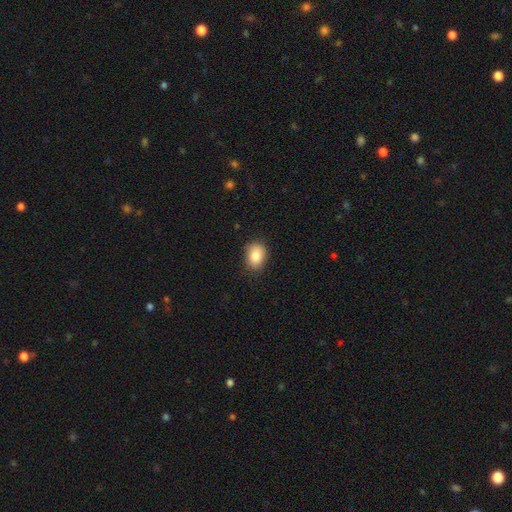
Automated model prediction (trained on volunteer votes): The model was most divided on "how rounded": in between: 71%, round: 28%, cigar-shaped: 1%. More confident: smooth or featured — smooth (85%); merging — none (80%).